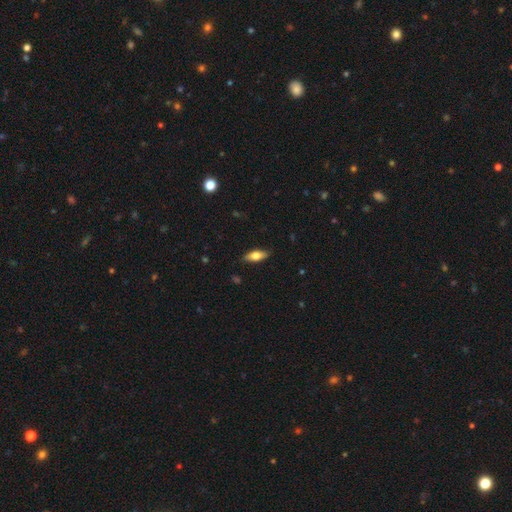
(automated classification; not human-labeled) A smooth galaxy with no disk features (66%) that is in between round and cigar-shaped (72%). Merging: none (87%).